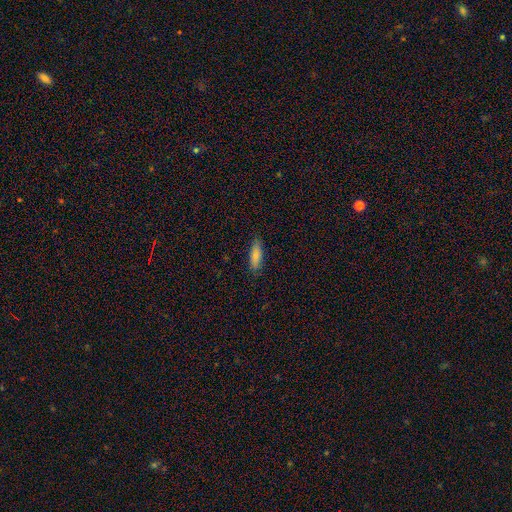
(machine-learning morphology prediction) smooth_or_featured: smooth (p=0.82) [alt: featured or disk p=0.12]
how_rounded: in between (p=0.57) [alt: cigar-shaped p=0.41]
merging: none (p=0.84) [alt: minor disturbance p=0.12]